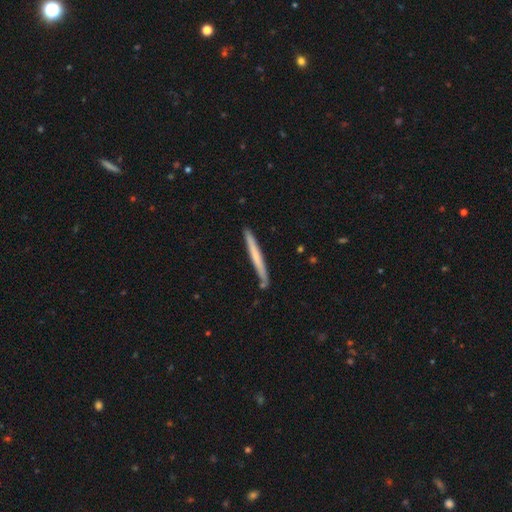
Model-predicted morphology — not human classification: smooth_or_featured: smooth (p=0.55) [alt: featured or disk p=0.39]
how_rounded: cigar-shaped (p=0.97) [alt: in between p=0.02]
merging: none (p=0.87) [alt: minor disturbance p=0.09]